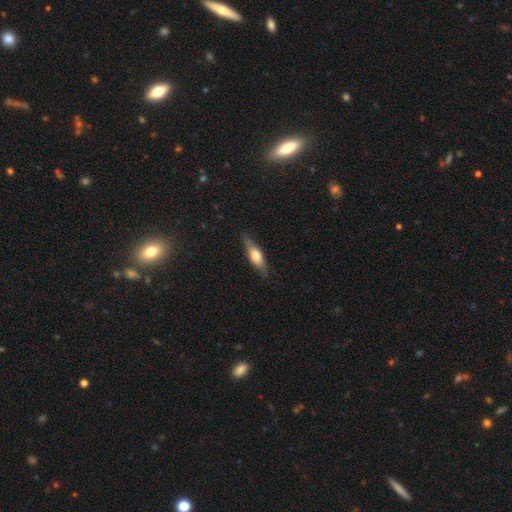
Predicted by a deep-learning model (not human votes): Q: Smooth or featured?
A: smooth (52%); runner-up: featured or disk (42%)
Q: How rounded?
A: cigar-shaped (56%); runner-up: in between (41%)
Q: Merging?
A: none (82%); runner-up: minor disturbance (14%)